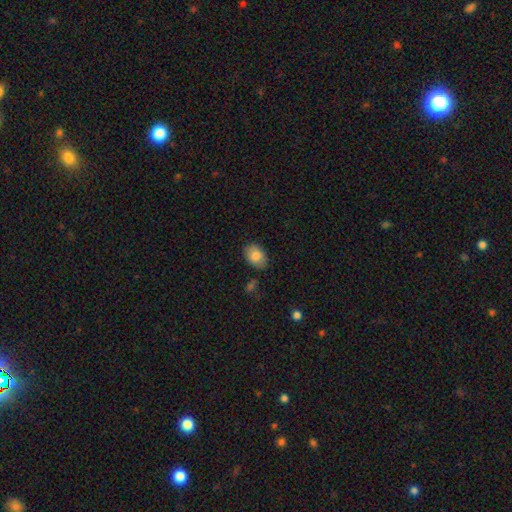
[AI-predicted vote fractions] Smooth or featured?
  - smooth: 84% *
  - featured or disk: 8%
  - star or artifact: 7%
How rounded?
  - in between: 79% *
  - round: 20%
  - cigar-shaped: 1%
Merging?
  - none: 81% *
  - minor disturbance: 14%
  - major disturbance: 3%
  - merger: 2%